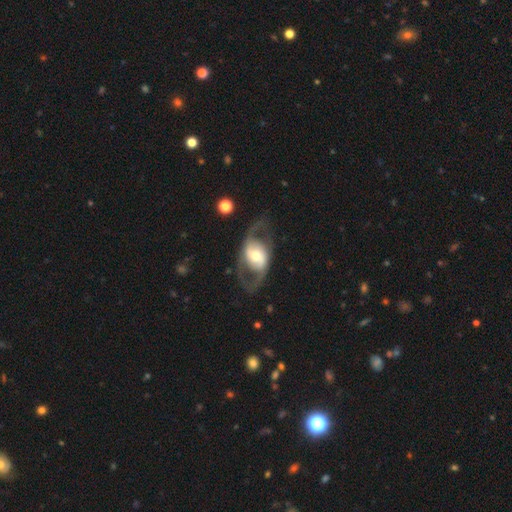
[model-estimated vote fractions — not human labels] Overall: featured or disk (73%). Edge-on disk: no (92%). Bar: no (53%; weak 27%). Spiral arms: yes (61%; no 39%). Bulge size: moderate (59%; small 20%). Merging: none (64%).